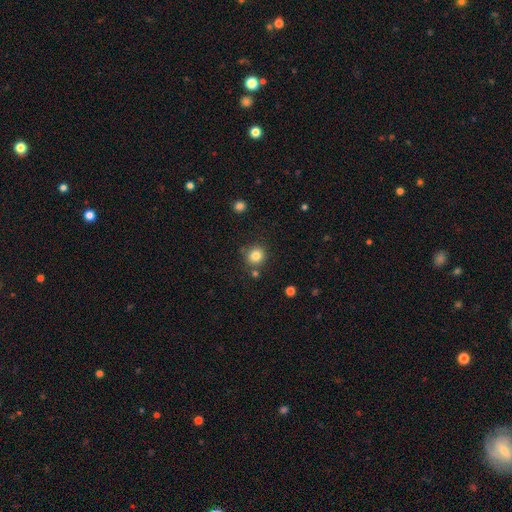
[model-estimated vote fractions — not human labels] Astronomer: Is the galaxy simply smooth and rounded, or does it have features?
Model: smooth — 83%.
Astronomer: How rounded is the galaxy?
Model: round — 93%.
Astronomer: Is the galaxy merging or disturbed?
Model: none — 82%.